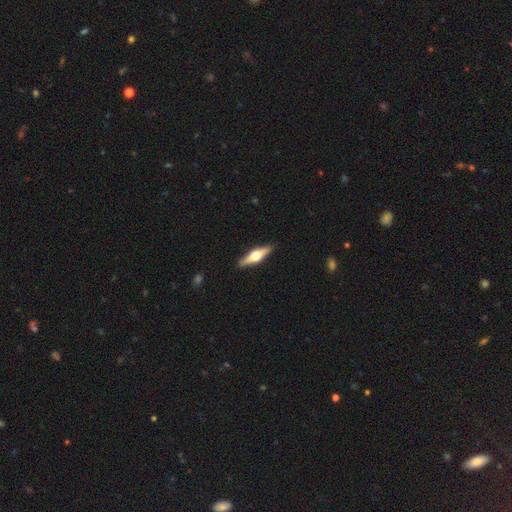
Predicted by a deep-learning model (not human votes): Smooth or featured?
  - featured or disk: 66% *
  - smooth: 29%
  - star or artifact: 5%
Edge-on disk?
  - yes: 96% *
  - no: 4%
Edge-on bulge?
  - rounded: 95% *
  - boxy: 3%
  - none: 1%
Merging?
  - none: 90% *
  - minor disturbance: 7%
  - major disturbance: 2%
  - merger: 1%